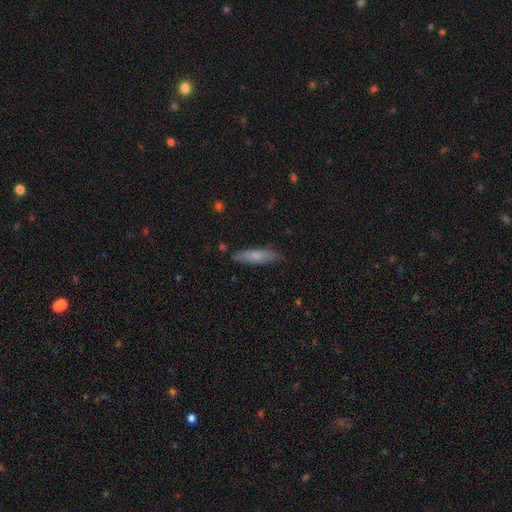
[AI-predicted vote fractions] Morphology: type=smooth (71%); roundness=cigar-shaped (77%); merging=none (79%).